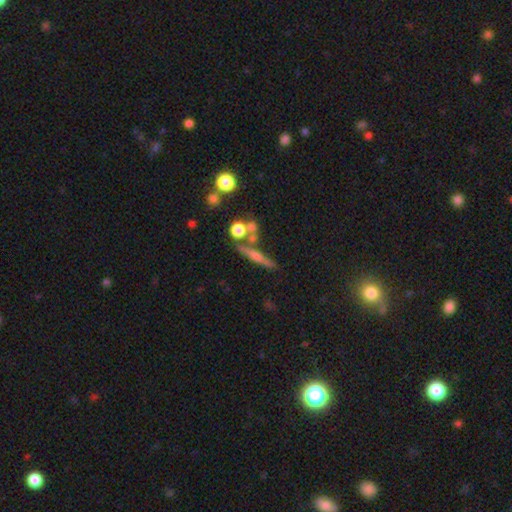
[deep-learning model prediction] featured or disk 45%, smooth 43%, star or artifact 12%. Down the decision tree: merging — none (67%).